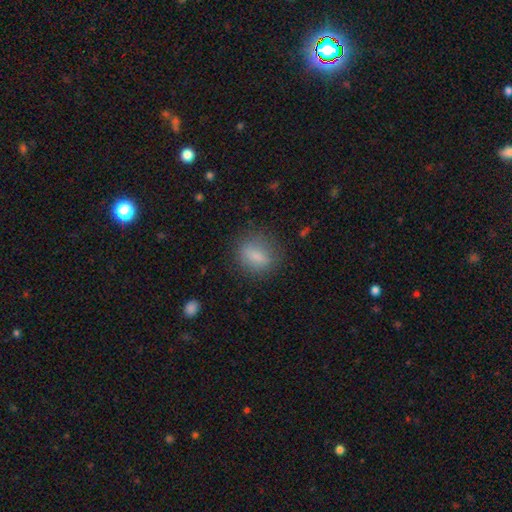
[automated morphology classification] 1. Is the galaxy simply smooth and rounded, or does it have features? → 77% smooth, 14% featured or disk, 9% star or artifact.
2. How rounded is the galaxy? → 50% in between, 44% round, 7% cigar-shaped.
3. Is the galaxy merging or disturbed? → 79% none, 14% minor disturbance, 6% major disturbance, 1% merger.